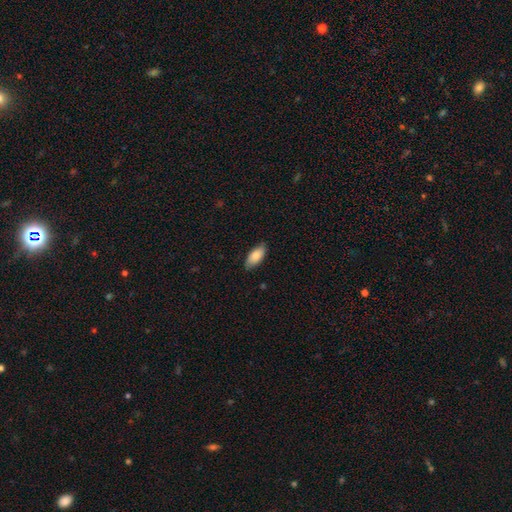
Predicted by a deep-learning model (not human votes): A smooth galaxy with no disk features (86%) that is in between round and cigar-shaped (90%).

Vote fractions:
- Smooth or featured? smooth: 86% / featured or disk: 8% / star or artifact: 6%
- How rounded? in between: 90% / cigar-shaped: 8% / round: 2%
- Merging? none: 82% / minor disturbance: 15% / major disturbance: 2% / merger: 1%